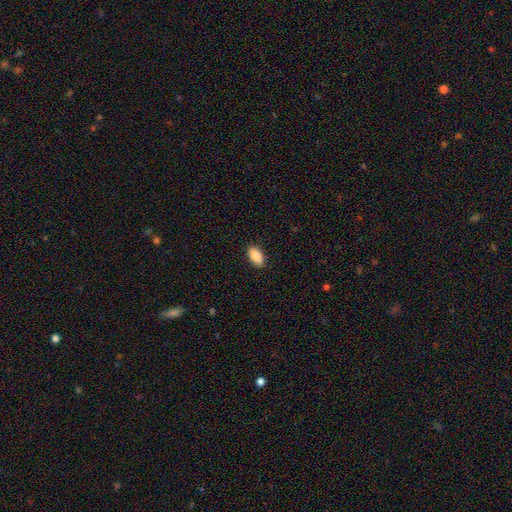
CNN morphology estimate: smooth_or_featured: smooth (p=0.90) [alt: star or artifact p=0.07]
how_rounded: in between (p=0.92) [alt: cigar-shaped p=0.04]
merging: none (p=0.88) [alt: minor disturbance p=0.09]